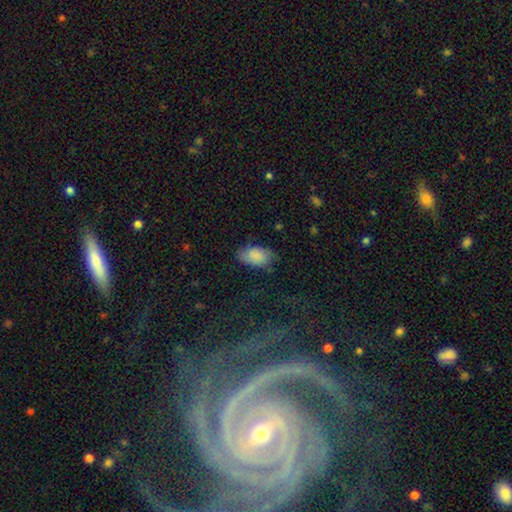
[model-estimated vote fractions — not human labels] smooth 81%, featured or disk 12%, star or artifact 8%. Down the decision tree: how rounded — in between (94%); merging — none (69%).